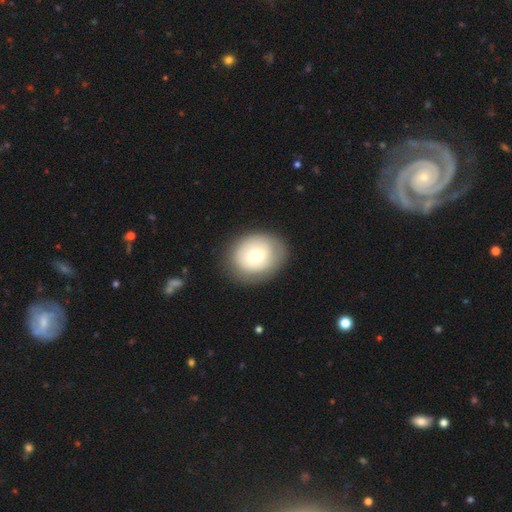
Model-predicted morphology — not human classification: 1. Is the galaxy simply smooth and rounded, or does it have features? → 63% smooth, 29% featured or disk, 8% star or artifact.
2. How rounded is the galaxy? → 65% round, 34% in between, 1% cigar-shaped.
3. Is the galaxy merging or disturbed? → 79% none, 14% minor disturbance, 5% major disturbance, 1% merger.